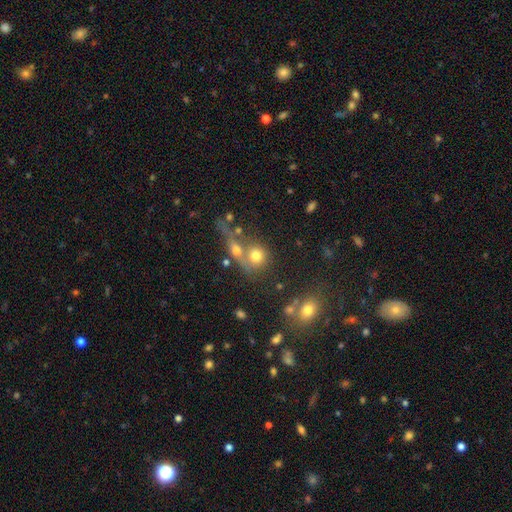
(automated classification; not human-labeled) Smooth or featured? smooth (70%)
How rounded? round (80%)
Merging? merger (44%)